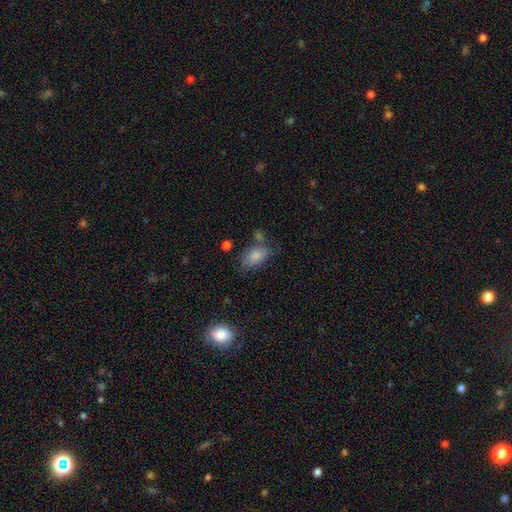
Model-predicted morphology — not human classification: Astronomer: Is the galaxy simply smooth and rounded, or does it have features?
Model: smooth — 82%.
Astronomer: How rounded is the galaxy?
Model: in between — 88%.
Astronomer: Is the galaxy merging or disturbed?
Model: none — 56%.